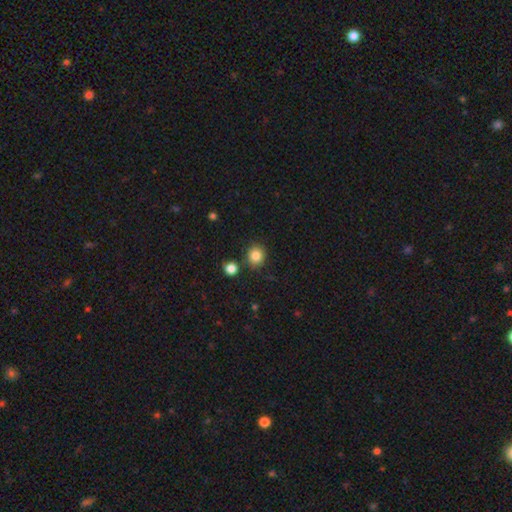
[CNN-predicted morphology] The model was most divided on "how rounded": round: 86%, in between: 13%, cigar-shaped: 1%. More confident: smooth or featured — smooth (85%); merging — none (82%).